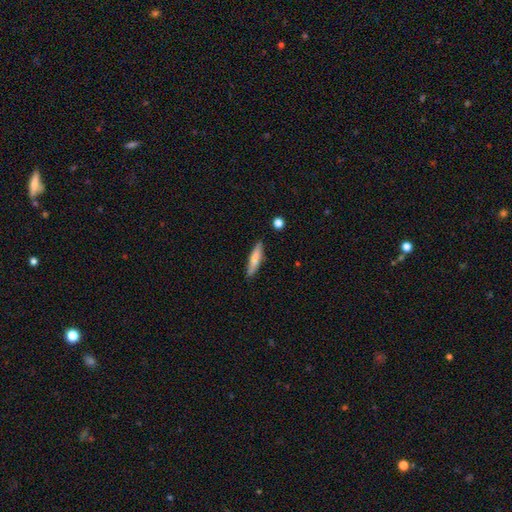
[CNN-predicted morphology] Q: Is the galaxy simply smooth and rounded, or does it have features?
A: smooth — 71%.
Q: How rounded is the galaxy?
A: cigar-shaped — 81%.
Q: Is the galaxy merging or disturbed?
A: none — 86%.